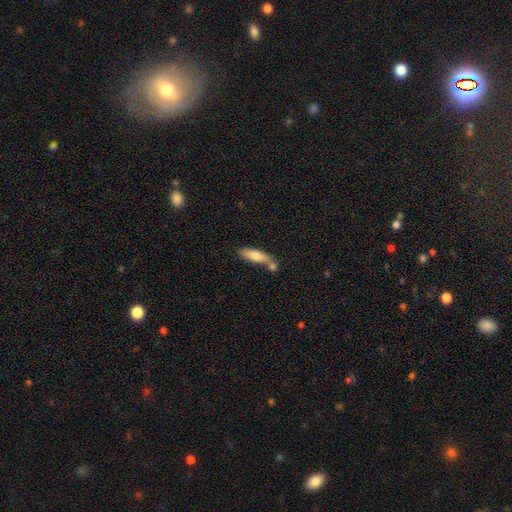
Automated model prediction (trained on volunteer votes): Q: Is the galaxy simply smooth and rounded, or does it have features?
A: smooth — 74%.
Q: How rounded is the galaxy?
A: in between — 49%.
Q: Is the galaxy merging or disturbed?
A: none — 49%.